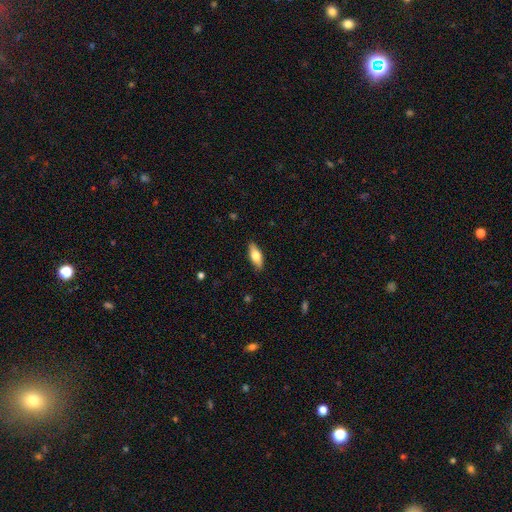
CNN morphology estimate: Q: Smooth or featured?
A: smooth (66%); runner-up: featured or disk (28%)
Q: How rounded?
A: in between (72%); runner-up: cigar-shaped (25%)
Q: Merging?
A: none (87%); runner-up: minor disturbance (10%)